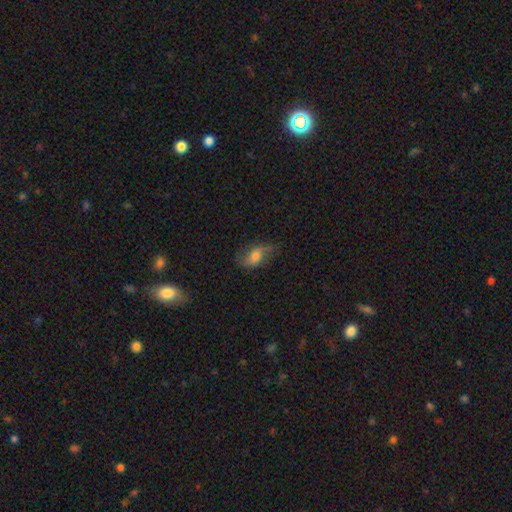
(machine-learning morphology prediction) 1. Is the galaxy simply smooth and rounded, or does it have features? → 50% featured or disk, 41% smooth, 9% star or artifact.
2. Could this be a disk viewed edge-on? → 90% no, 10% yes.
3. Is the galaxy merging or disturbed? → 66% none, 23% minor disturbance, 10% major disturbance, 1% merger.